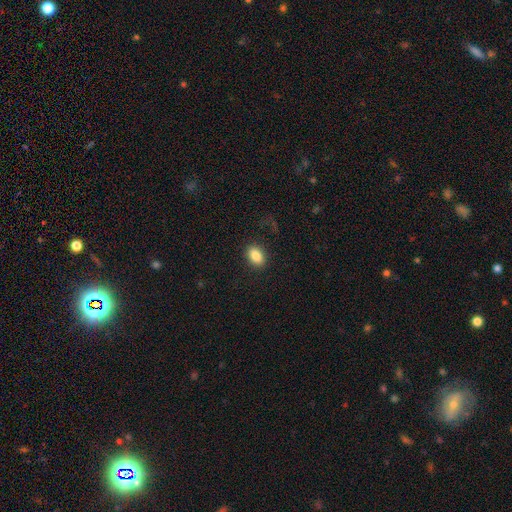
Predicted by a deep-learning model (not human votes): Q: Smooth or featured?
A: smooth (86%); runner-up: star or artifact (9%)
Q: How rounded?
A: in between (80%); runner-up: round (18%)
Q: Merging?
A: none (88%); runner-up: minor disturbance (9%)